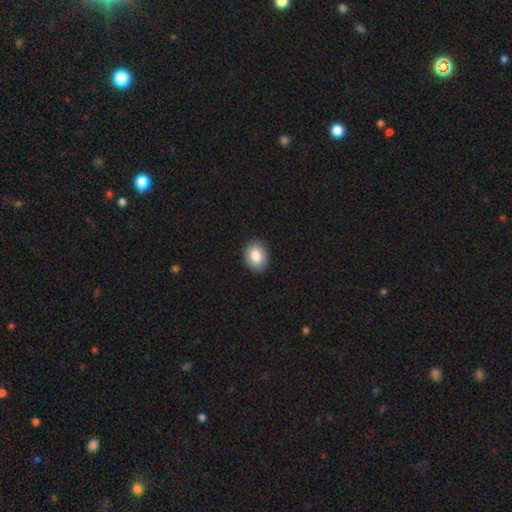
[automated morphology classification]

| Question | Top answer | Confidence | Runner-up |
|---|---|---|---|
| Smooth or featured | smooth | 83% | featured or disk (9%) |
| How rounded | in between | 53% | round (46%) |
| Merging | none | 89% | minor disturbance (9%) |